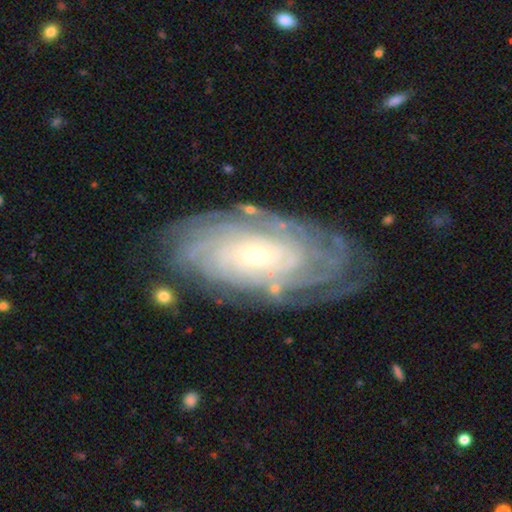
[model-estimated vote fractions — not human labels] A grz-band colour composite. It shows a featured or disk galaxy (87%) with no bar (70%), tight (84%) spiral arms (96%) and a small central bulge (77%). Merging: none (77%).